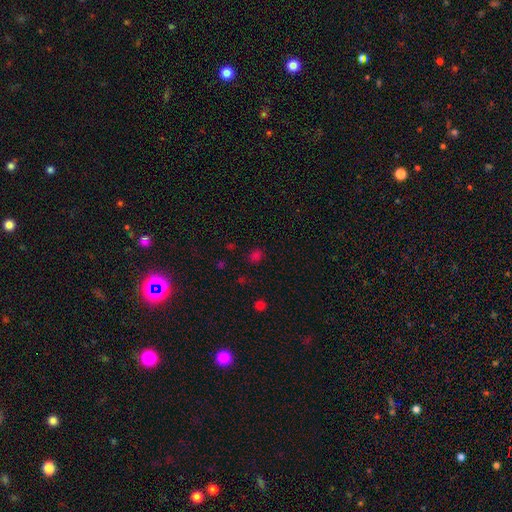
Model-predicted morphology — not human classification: Smooth or featured: smooth — 68% (star or artifact — 27%)
How rounded: round — 51% (in between — 48%)
Merging: none — 81% (minor disturbance — 12%)